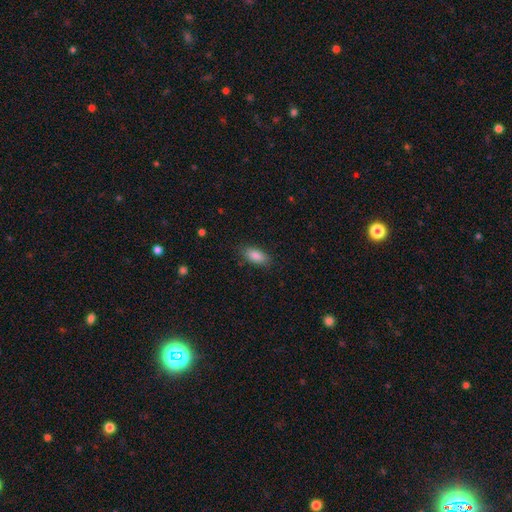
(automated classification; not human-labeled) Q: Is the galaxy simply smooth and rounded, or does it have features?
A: smooth — 87%.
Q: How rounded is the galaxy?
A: in between — 88%.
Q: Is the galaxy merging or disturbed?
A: none — 84%.